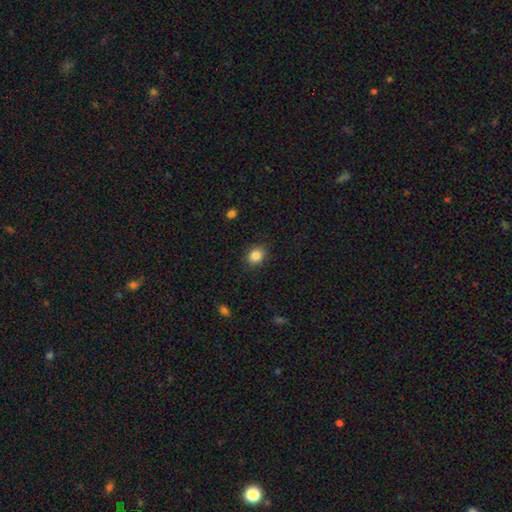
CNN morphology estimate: Smooth or featured? Predicted: smooth (p=0.85). How rounded? Predicted: round (p=0.60). Merging? Predicted: none (p=0.88).